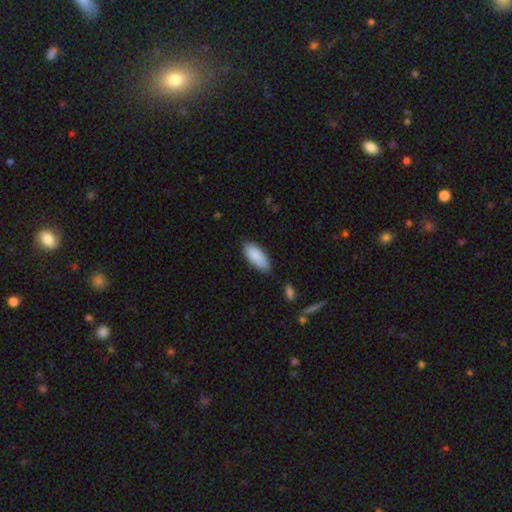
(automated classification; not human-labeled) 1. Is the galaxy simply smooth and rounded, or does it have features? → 89% smooth, 6% star or artifact, 5% featured or disk.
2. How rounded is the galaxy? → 84% in between, 14% cigar-shaped, 2% round.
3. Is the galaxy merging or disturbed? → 79% none, 17% minor disturbance, 3% major disturbance, 2% merger.